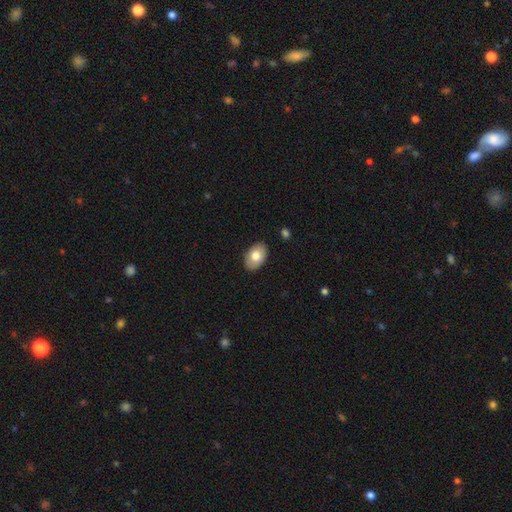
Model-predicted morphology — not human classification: type=smooth (74%); roundness=in between (88%); merging=none (87%).